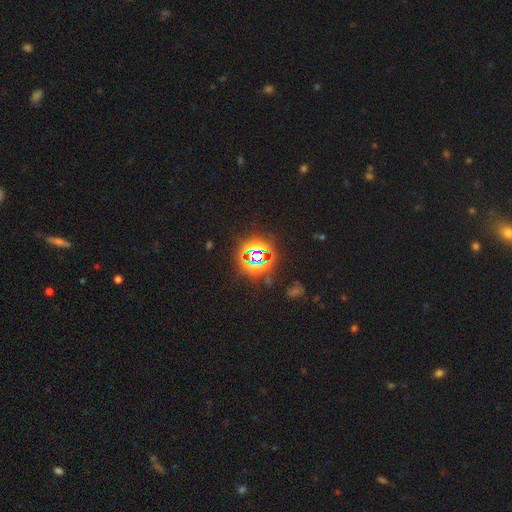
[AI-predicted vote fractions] A star or artifact, not a galaxy (80%).